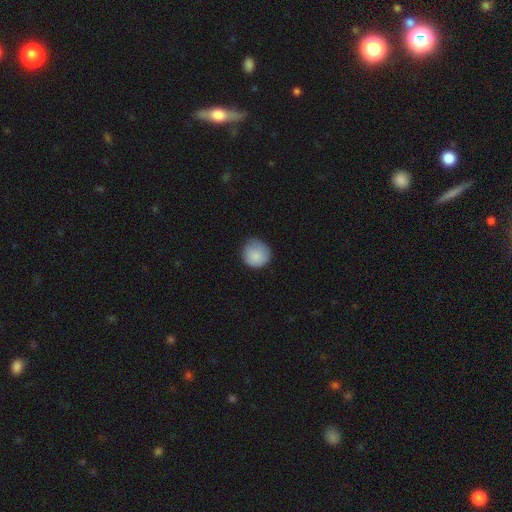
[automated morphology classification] This appears to be a smooth galaxy with no disk features (86%) that is round (91%). Merging: none (69%).